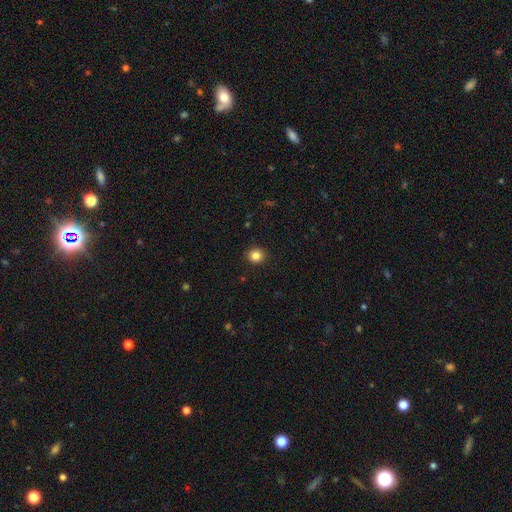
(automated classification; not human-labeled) smooth-or-featured: smooth: 84% | star or artifact: 11% | featured or disk: 5%
  how-rounded: round: 88% | in between: 11% | cigar-shaped: 1%
  merging: none: 92% | minor disturbance: 5% | major disturbance: 2% | merger: 1%